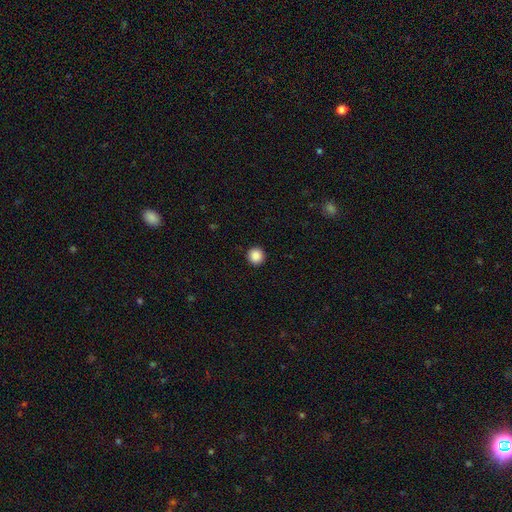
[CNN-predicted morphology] A smooth galaxy with no disk features (88%) that is round (95%). Merging: none (93%).